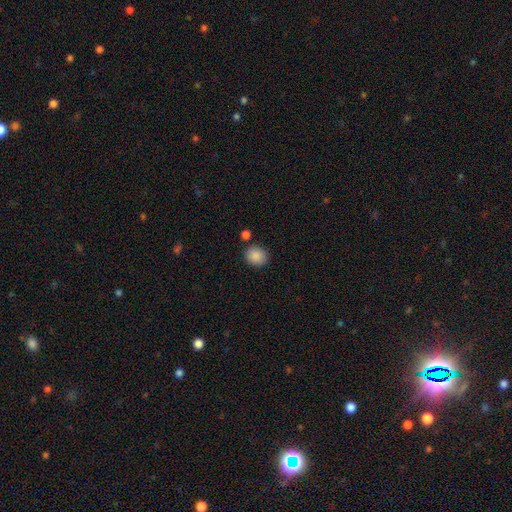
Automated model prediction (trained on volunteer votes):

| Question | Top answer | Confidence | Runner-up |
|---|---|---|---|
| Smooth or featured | smooth | 88% | star or artifact (8%) |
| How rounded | round | 68% | in between (31%) |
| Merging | none | 82% | minor disturbance (10%) |